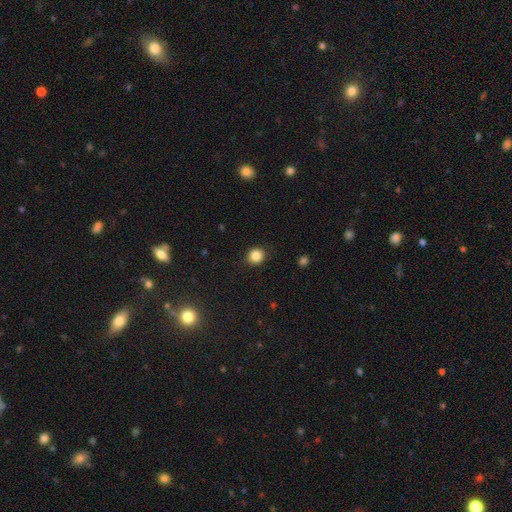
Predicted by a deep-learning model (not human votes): Smooth or featured? smooth (86%)
How rounded? round (85%)
Merging? none (89%)